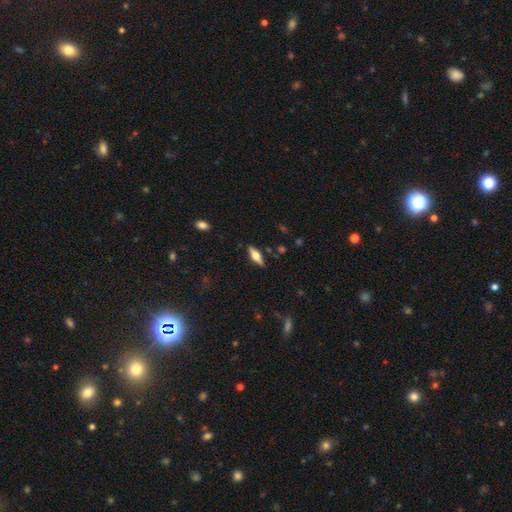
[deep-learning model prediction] Q: Smooth or featured?
A: featured or disk (56%); runner-up: smooth (36%)
Q: Edge-on disk?
A: yes (93%); runner-up: no (7%)
Q: Edge-on bulge?
A: rounded (92%); runner-up: boxy (7%)
Q: Merging?
A: none (86%); runner-up: minor disturbance (10%)